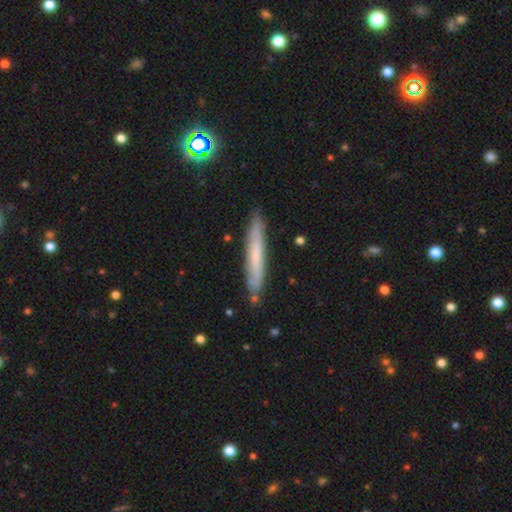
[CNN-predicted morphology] Smooth or featured? smooth (54%)
How rounded? cigar-shaped (95%)
Merging? none (85%)